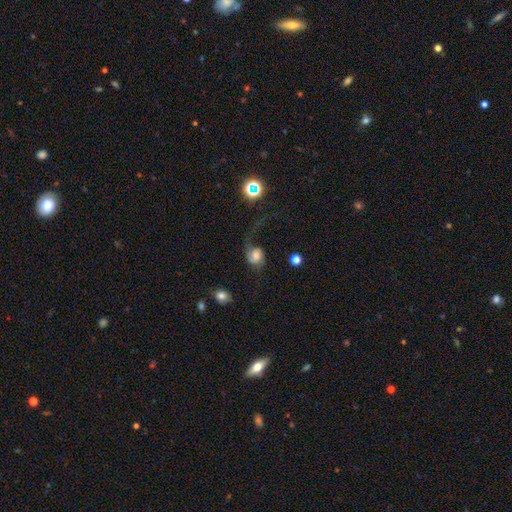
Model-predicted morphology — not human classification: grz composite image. It shows a featured or disk galaxy (47%). Merging: major disturbance (43%).